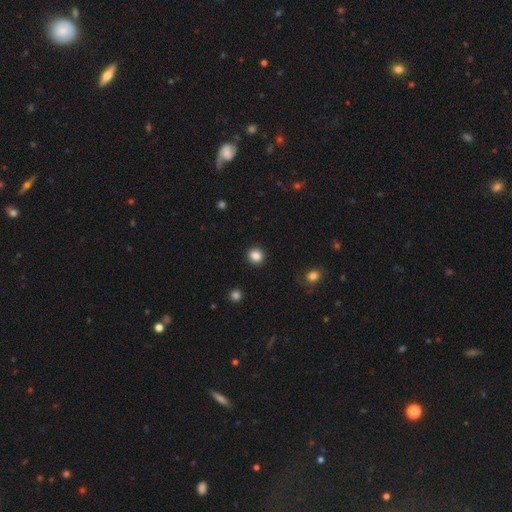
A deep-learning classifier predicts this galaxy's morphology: This is clearly a smooth galaxy (85%). How rounded: clearly round (93%). Merging: clearly none (92%).